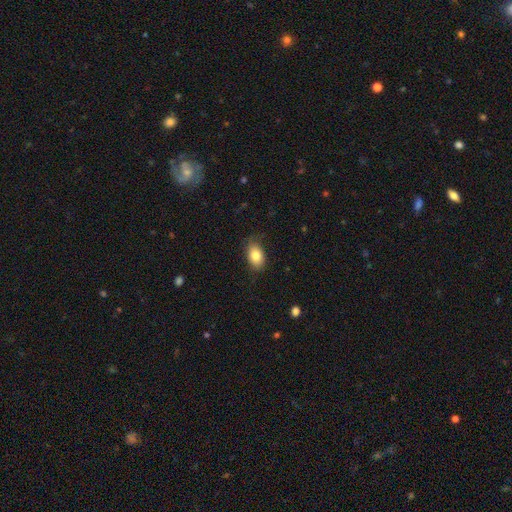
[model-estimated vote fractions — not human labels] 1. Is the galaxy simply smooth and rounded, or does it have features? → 82% smooth, 10% featured or disk, 8% star or artifact.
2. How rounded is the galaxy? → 87% in between, 12% round, 1% cigar-shaped.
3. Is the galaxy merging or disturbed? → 79% none, 17% minor disturbance, 4% major disturbance, 1% merger.